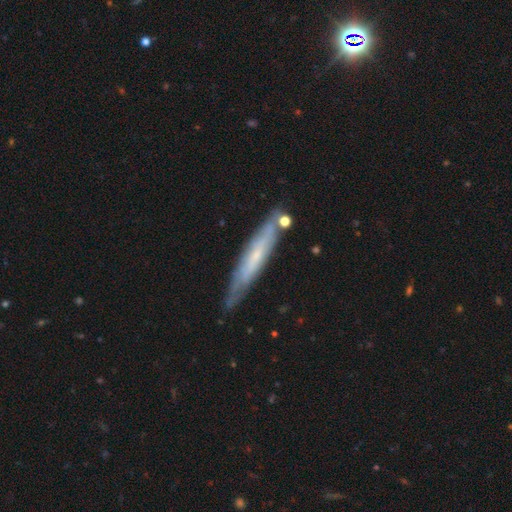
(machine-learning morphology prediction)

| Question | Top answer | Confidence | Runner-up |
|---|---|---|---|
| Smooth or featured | featured or disk | 59% | smooth (34%) |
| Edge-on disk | yes | 68% | no (32%) |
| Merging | none | 74% | minor disturbance (18%) |